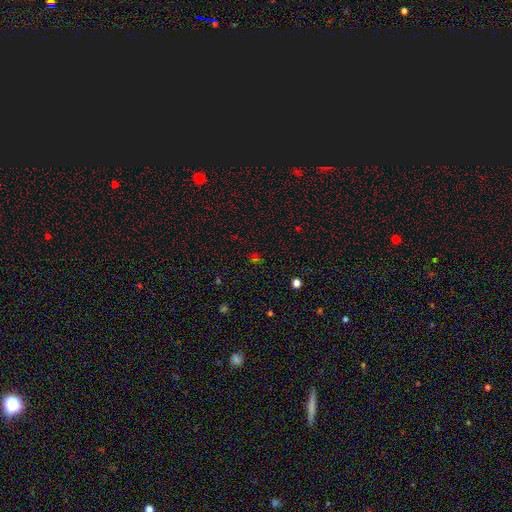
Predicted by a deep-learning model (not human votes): Smooth or featured: smooth — 50% (star or artifact — 43%)
How rounded: round — 79% (in between — 20%)
Merging: none — 79% (minor disturbance — 11%)